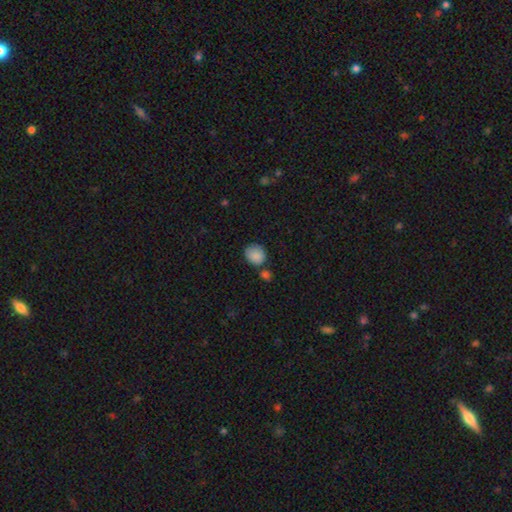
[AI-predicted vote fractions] Smooth or featured?
  - smooth: 87% *
  - star or artifact: 8%
  - featured or disk: 5%
How rounded?
  - round: 73% *
  - in between: 26%
  - cigar-shaped: 1%
Merging?
  - none: 64% *
  - minor disturbance: 18%
  - merger: 14%
  - major disturbance: 5%